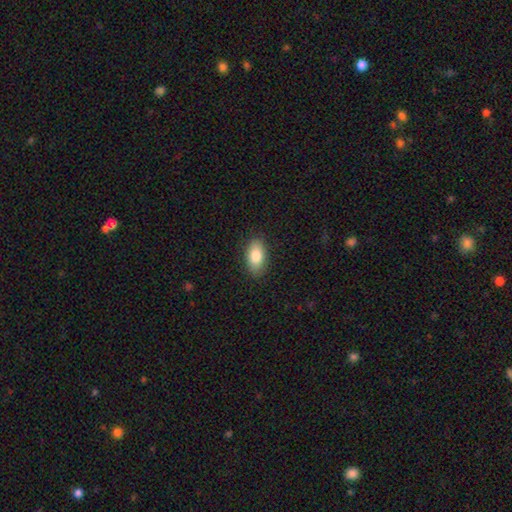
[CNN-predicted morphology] Q: Smooth or featured?
A: smooth (83%); runner-up: featured or disk (10%)
Q: How rounded?
A: in between (92%); runner-up: round (5%)
Q: Merging?
A: none (87%); runner-up: minor disturbance (9%)